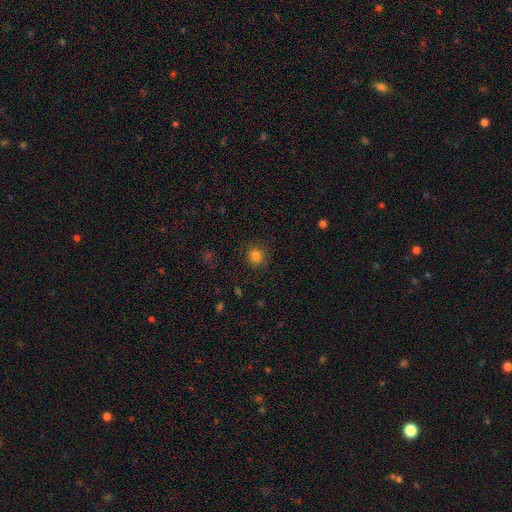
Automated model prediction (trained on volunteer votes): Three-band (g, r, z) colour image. It shows a smooth galaxy with no disk features (82%) that is round (89%). Merging: none (88%).